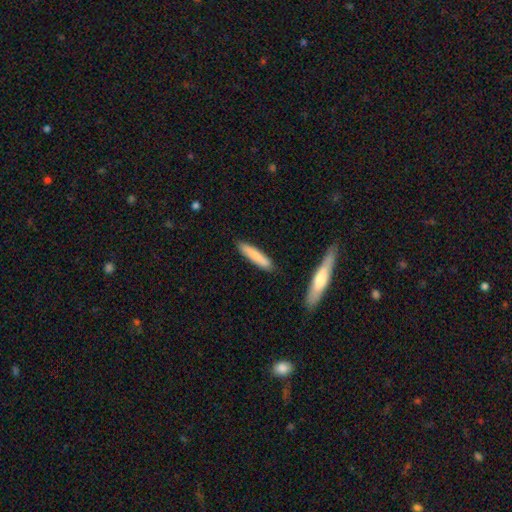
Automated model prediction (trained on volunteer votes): A smooth galaxy with no disk features (76%) that is cigar-shaped (88%).

Vote fractions:
- Smooth or featured? smooth: 76% / featured or disk: 18% / star or artifact: 5%
- How rounded? cigar-shaped: 88% / in between: 11% / round: 1%
- Merging? none: 86% / minor disturbance: 9% / merger: 3% / major disturbance: 2%